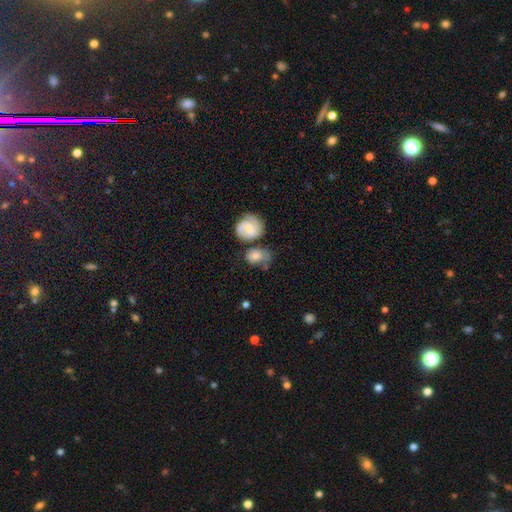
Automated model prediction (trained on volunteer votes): A smooth galaxy with no disk features (64%) that is in between round and cigar-shaped (55%). Merging: none (45%).